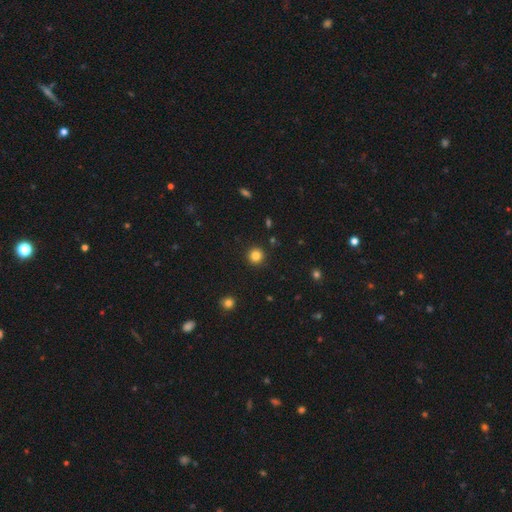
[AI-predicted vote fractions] Overall: smooth (84%). How rounded: round (94%). Merging: none (92%).